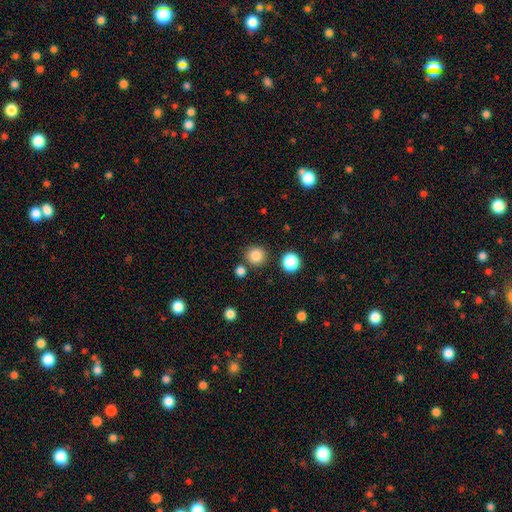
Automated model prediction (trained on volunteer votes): smooth_or_featured: smooth (p=0.84) [alt: star or artifact p=0.12]
how_rounded: round (p=0.94) [alt: in between p=0.05]
merging: none (p=0.85) [alt: minor disturbance p=0.07]